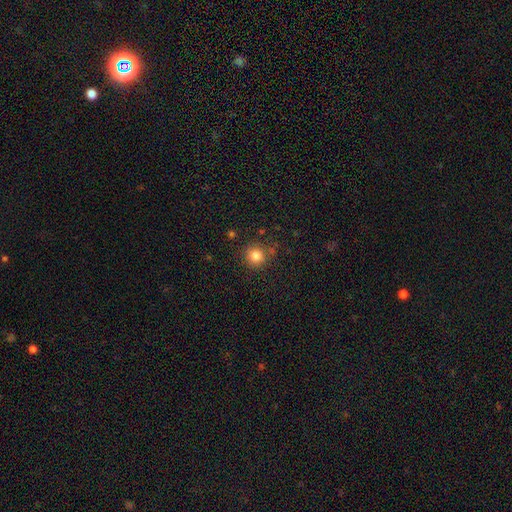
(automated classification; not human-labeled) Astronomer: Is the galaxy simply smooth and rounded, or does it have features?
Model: smooth — 83%.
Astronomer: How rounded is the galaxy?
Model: round — 93%.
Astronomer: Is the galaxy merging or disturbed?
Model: none — 84%.